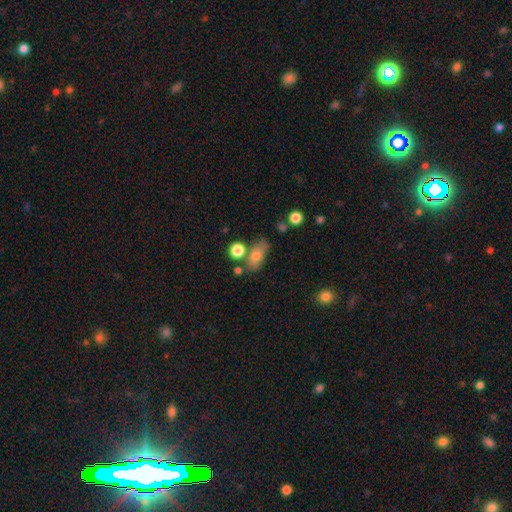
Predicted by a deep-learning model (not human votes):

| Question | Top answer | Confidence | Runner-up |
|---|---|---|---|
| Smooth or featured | smooth | 77% | featured or disk (14%) |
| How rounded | in between | 80% | round (11%) |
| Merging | none | 58% | minor disturbance (19%) |